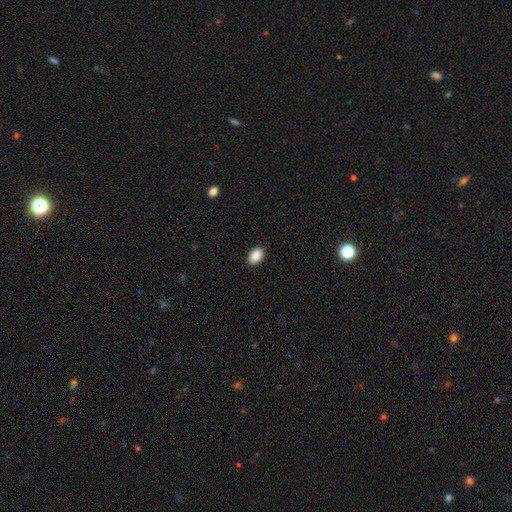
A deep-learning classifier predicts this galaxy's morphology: The model was most divided on "how rounded": in between: 85%, round: 14%, cigar-shaped: 1%. More confident: merging — none (90%); smooth or featured — smooth (90%).